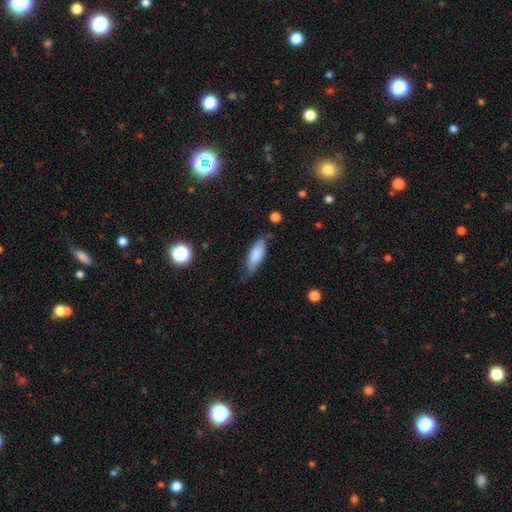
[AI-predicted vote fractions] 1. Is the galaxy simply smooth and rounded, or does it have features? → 82% smooth, 12% featured or disk, 6% star or artifact.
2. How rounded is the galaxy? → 61% in between, 37% cigar-shaped, 2% round.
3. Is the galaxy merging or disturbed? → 69% none, 24% minor disturbance, 5% major disturbance, 2% merger.